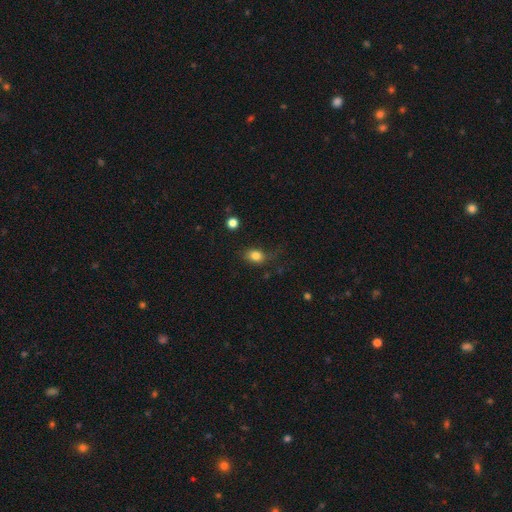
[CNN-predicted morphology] smooth_or_featured: smooth (p=0.82) [alt: star or artifact p=0.11]
how_rounded: in between (p=0.64) [alt: round p=0.35]
merging: none (p=0.68) [alt: minor disturbance p=0.22]